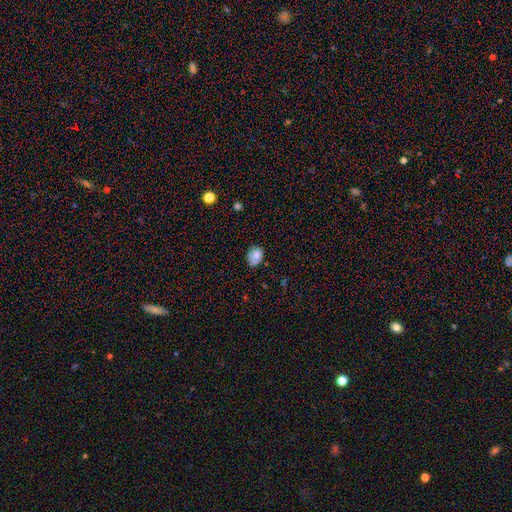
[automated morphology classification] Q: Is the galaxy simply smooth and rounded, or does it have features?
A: smooth — 76%.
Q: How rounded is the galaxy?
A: in between — 60%.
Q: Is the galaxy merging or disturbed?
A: none — 54%.